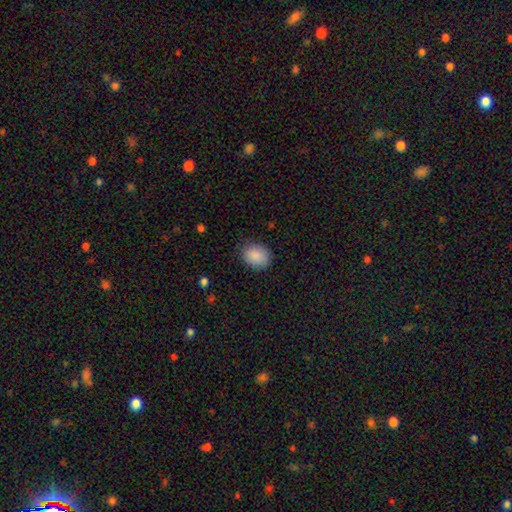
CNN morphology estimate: This appears to be a smooth galaxy with no disk features (89%) that is in between round and cigar-shaped (55%). Merging: none (85%).